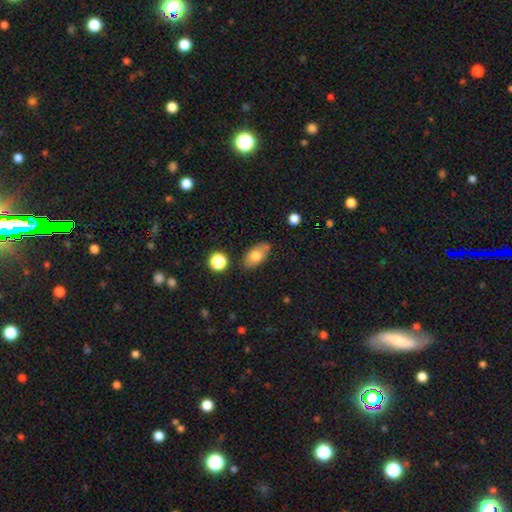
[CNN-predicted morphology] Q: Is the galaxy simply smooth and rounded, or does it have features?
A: smooth — 75%.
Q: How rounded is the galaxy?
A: in between — 88%.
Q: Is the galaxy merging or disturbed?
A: none — 74%.